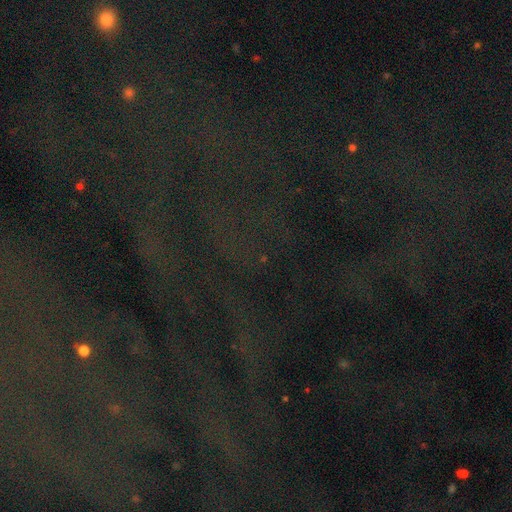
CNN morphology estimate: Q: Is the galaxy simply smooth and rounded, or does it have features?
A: star or artifact — 80%.